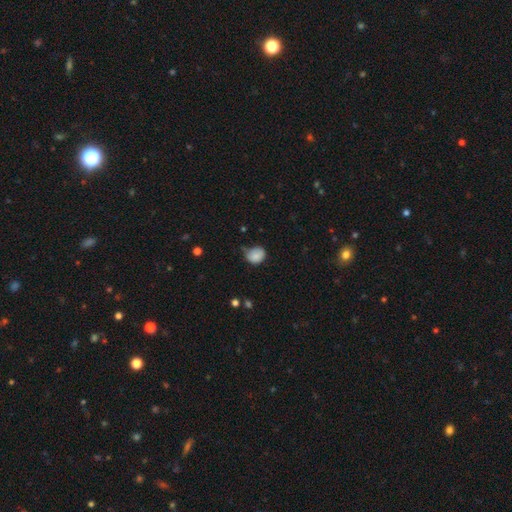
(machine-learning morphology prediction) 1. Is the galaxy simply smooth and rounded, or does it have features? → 82% smooth, 9% featured or disk, 9% star or artifact.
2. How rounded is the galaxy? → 60% round, 39% in between, 1% cigar-shaped.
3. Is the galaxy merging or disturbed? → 50% none, 38% minor disturbance, 9% major disturbance, 3% merger.